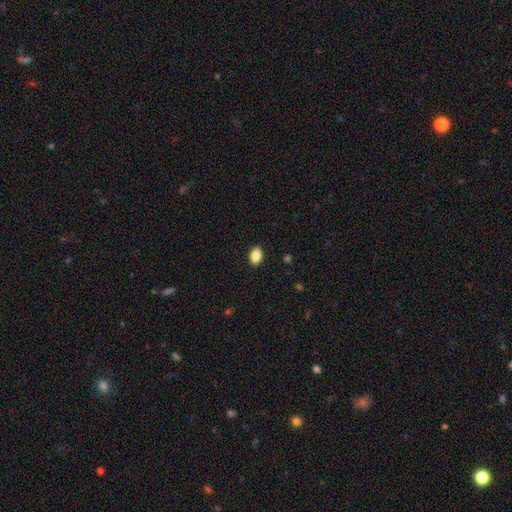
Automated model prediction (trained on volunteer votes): The model was most divided on "how rounded": in between: 83%, round: 16%, cigar-shaped: 1%. More confident: merging — none (90%); smooth or featured — smooth (87%).